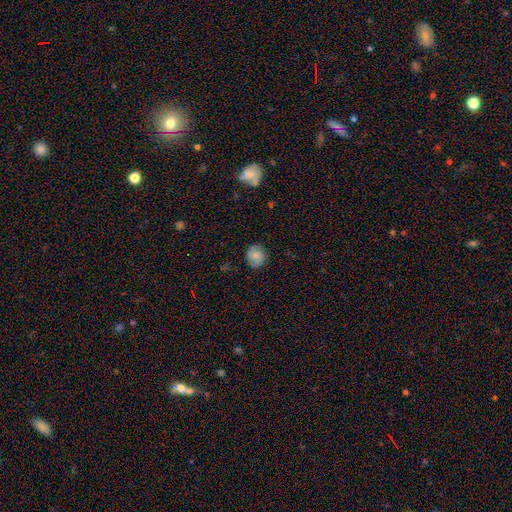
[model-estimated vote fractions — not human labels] Overall: smooth (60%; featured or disk 31%). How rounded: round (74%). Merging: none (79%).